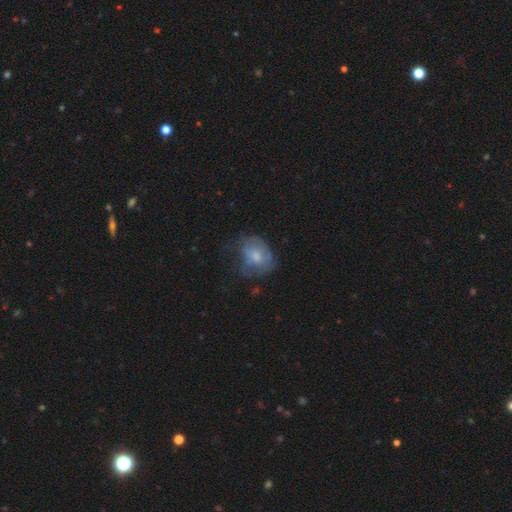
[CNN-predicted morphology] This appears to be a smooth galaxy with no disk features (53%) that is in between round and cigar-shaped (52%). Merging: none (42%).